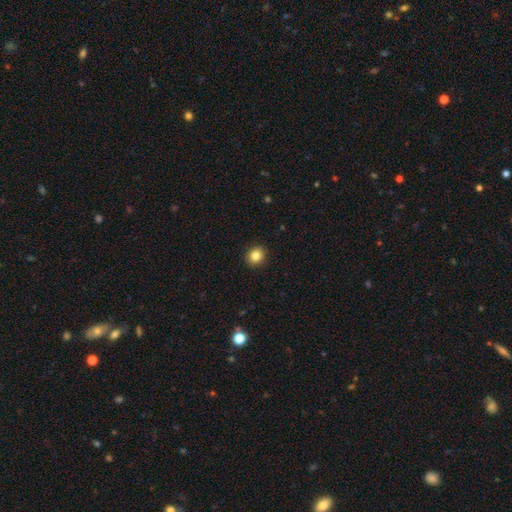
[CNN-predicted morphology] Smooth or featured: smooth — 84% (star or artifact — 11%)
How rounded: round — 81% (in between — 18%)
Merging: none — 92% (minor disturbance — 5%)